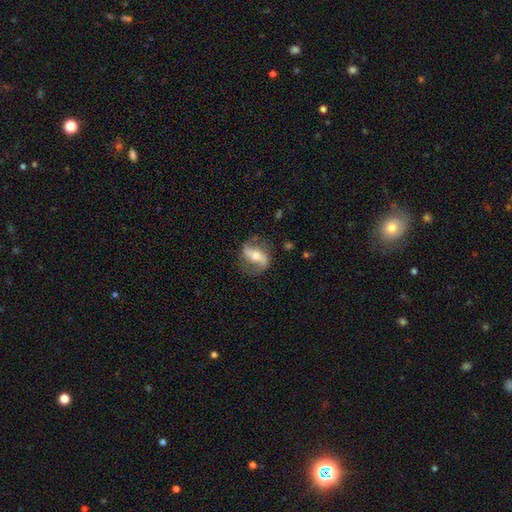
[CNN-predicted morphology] This is likely a featured or disk galaxy (80%). It is clearly not viewed edge-on (93%). Bar: possibly strong (49%). Spiral arm pattern: clearly yes (89%). Spiral arm count: clearly 2 (90%). Spiral winding: possibly loose (55%). Central bulge: likely moderate (63%). Merging: likely none (78%).